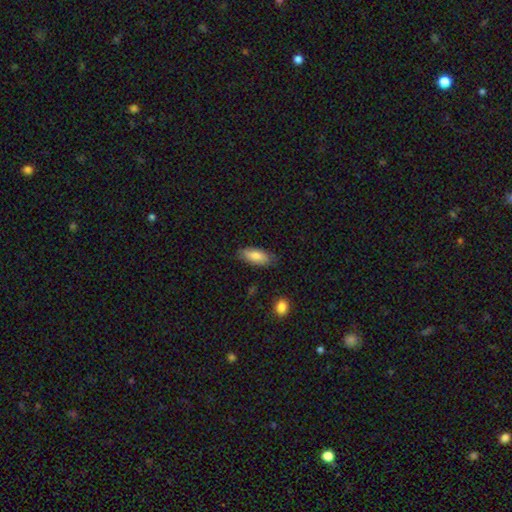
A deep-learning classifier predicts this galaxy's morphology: Smooth or featured? smooth (80%)
How rounded? in between (83%)
Merging? none (79%)